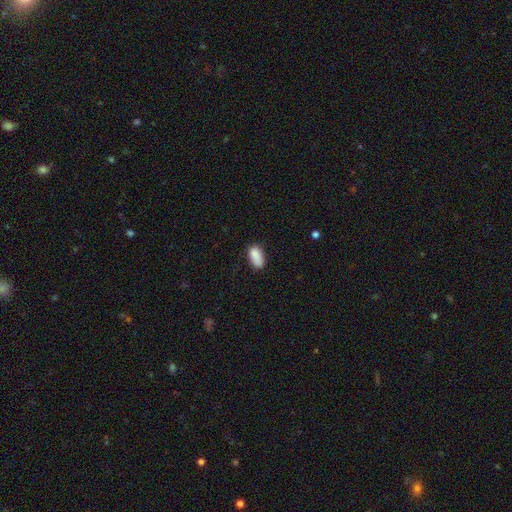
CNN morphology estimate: Smooth or featured? smooth (87%)
How rounded? in between (91%)
Merging? none (67%)